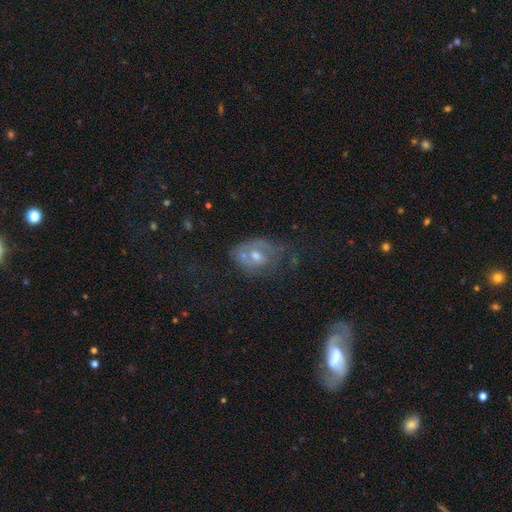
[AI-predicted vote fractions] Overall: featured or disk (57%; smooth 30%). Edge-on disk: no (96%). Bar: no (72%). Spiral arms: yes (53%; no 47%). Bulge size: moderate (65%). Merging: none (39%; minor disturbance 24%).